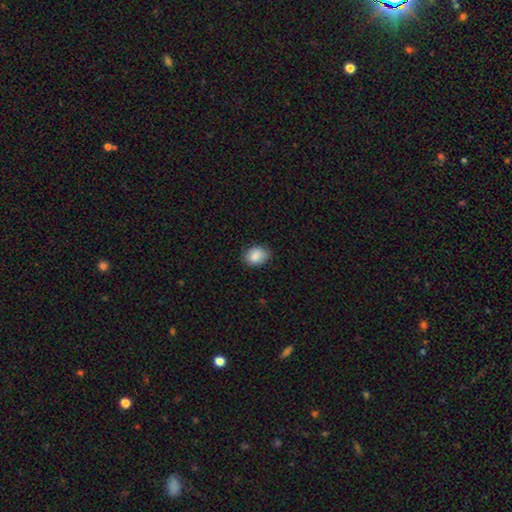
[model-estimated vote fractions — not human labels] The model was most divided on "how rounded": in between: 66%, round: 33%, cigar-shaped: 1%. More confident: smooth or featured — smooth (87%); merging — none (80%).